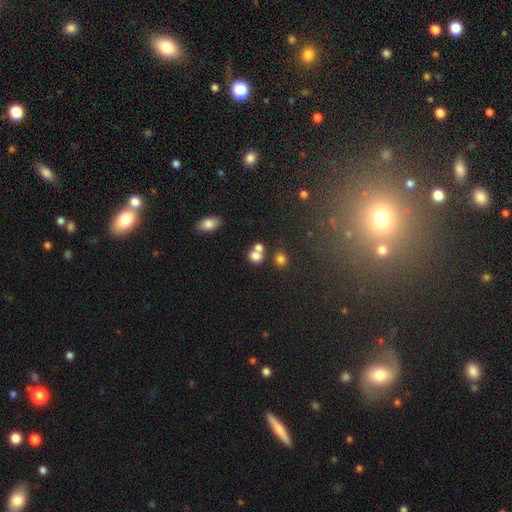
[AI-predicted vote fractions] Smooth or featured: smooth — 75% (featured or disk — 13%)
How rounded: round — 66% (in between — 33%)
Merging: merger — 51% (none — 36%)